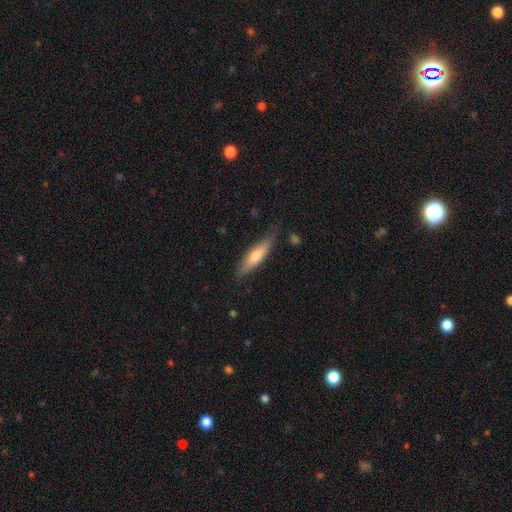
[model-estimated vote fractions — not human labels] The model was most divided on "smooth or featured": smooth: 58%, featured or disk: 36%, star or artifact: 6%. More confident: merging — none (77%); how rounded — cigar-shaped (74%).